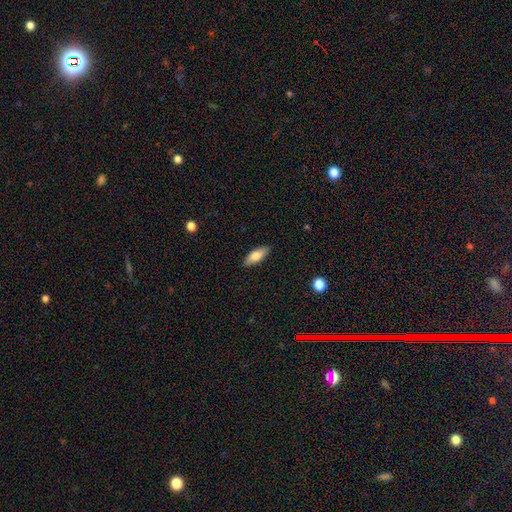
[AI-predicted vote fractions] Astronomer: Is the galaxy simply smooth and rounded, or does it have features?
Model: smooth — 79%.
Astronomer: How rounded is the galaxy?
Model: in between — 72%.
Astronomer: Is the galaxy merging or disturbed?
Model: none — 88%.